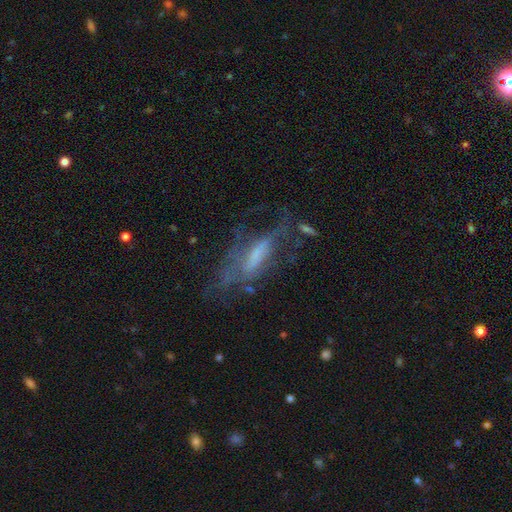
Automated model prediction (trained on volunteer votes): Q: Smooth or featured?
A: featured or disk (60%); runner-up: smooth (28%)
Q: Edge-on disk?
A: no (73%); runner-up: yes (27%)
Q: Merging?
A: none (43%); runner-up: major disturbance (30%)